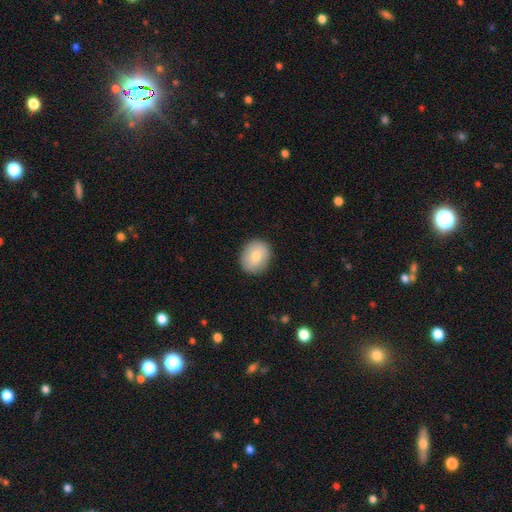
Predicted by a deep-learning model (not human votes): smooth 77%, featured or disk 16%, star or artifact 7%. Down the decision tree: how rounded — round (62%); merging — none (88%).